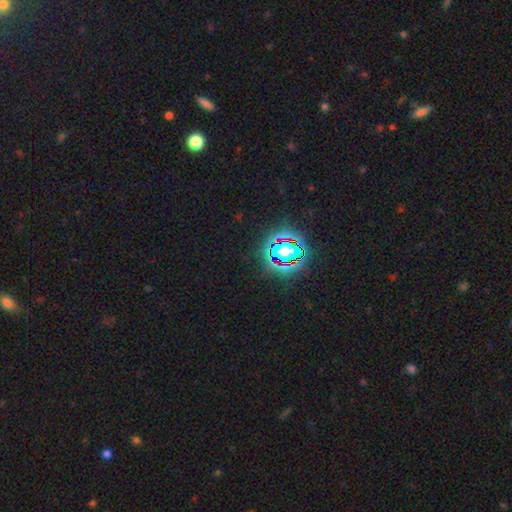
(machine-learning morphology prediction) The model was most divided on "smooth or featured": star or artifact: 81%, smooth: 11%, featured or disk: 7%.